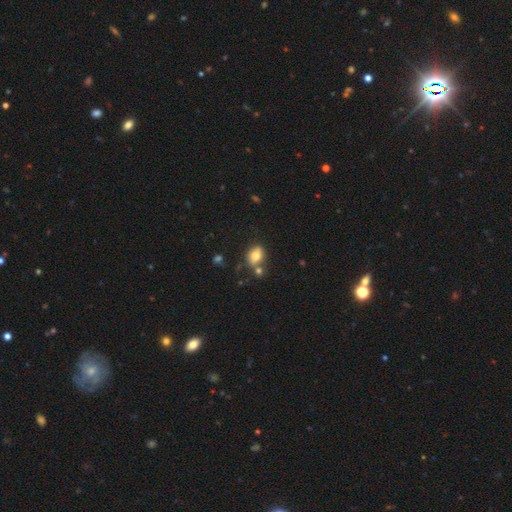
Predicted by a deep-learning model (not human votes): Morphology: type=smooth (73%); roundness=in between (73%); merging=none (56%).